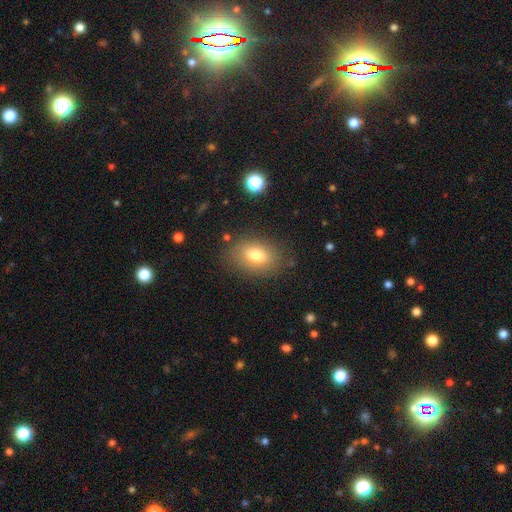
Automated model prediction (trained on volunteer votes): Smooth or featured?
  - smooth: 77% *
  - featured or disk: 13%
  - star or artifact: 10%
How rounded?
  - in between: 82% *
  - round: 17%
  - cigar-shaped: 2%
Merging?
  - none: 82% *
  - minor disturbance: 12%
  - major disturbance: 4%
  - merger: 2%